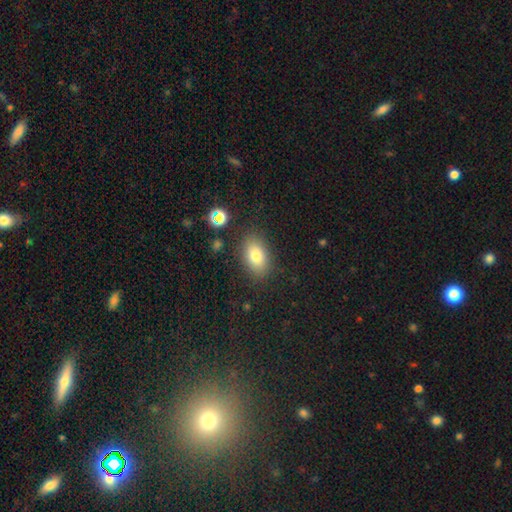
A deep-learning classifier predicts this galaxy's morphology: smooth-or-featured: smooth: 79% | featured or disk: 11% | star or artifact: 10%
  how-rounded: in between: 86% | round: 12% | cigar-shaped: 2%
  merging: none: 84% | minor disturbance: 10% | major disturbance: 3% | merger: 2%